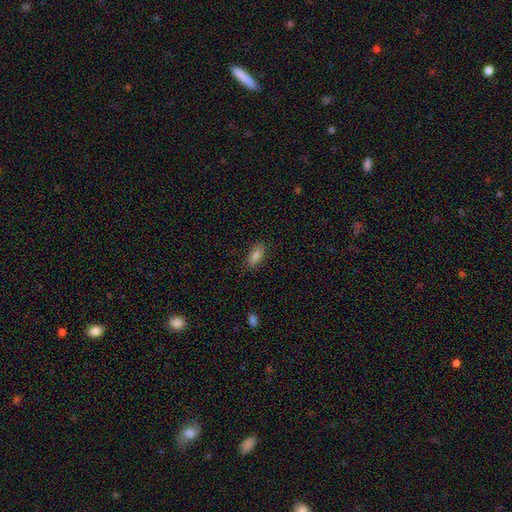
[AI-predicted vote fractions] Overall: smooth (81%). How rounded: in between (85%). Merging: none (84%).